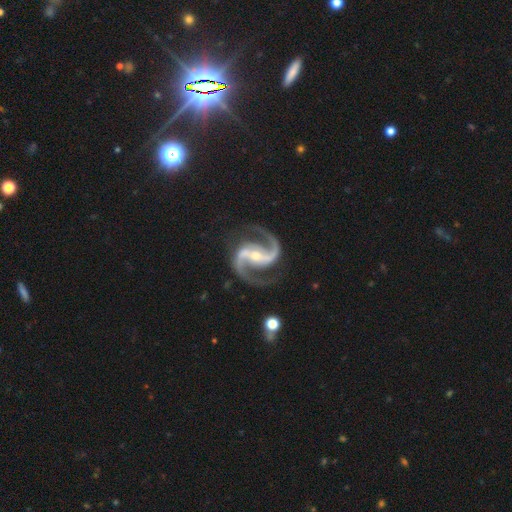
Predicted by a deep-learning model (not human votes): smooth-or-featured: featured or disk: 94% | star or artifact: 4% | smooth: 2%
  disk-edge-on: no: 98% | yes: 2%
    bar: strong: 60% | weak: 25% | no: 15%
    has-spiral-arms: yes: 99% | no: 1%
      spiral-winding: medium: 69% | loose: 17% | tight: 14%
      spiral-arm-count: 2: 95% | 3: 1% | can't tell: 1% | 1: 1% | 4: 1% | more than 4: 1%
    bulge-size: small: 56% | moderate: 40% | large: 2% | none: 1% | dominant: 1%
  merging: none: 82% | minor disturbance: 11% | major disturbance: 5% | merger: 2%